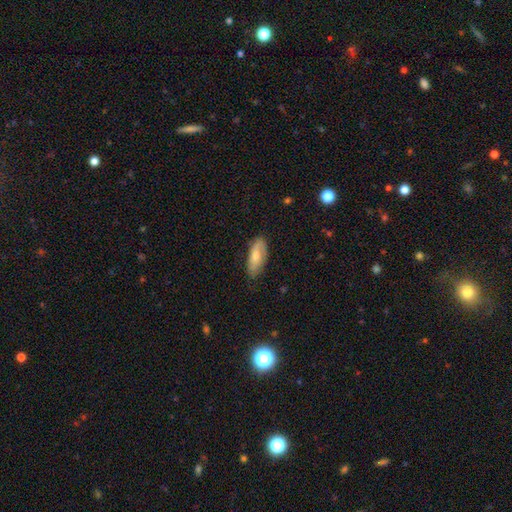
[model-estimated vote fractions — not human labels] A smooth galaxy with no disk features (55%) that is in between round and cigar-shaped (78%).

Vote fractions:
- Smooth or featured? smooth: 55% / featured or disk: 38% / star or artifact: 8%
- How rounded? in between: 78% / cigar-shaped: 20% / round: 3%
- Merging? none: 74% / minor disturbance: 21% / major disturbance: 4% / merger: 1%